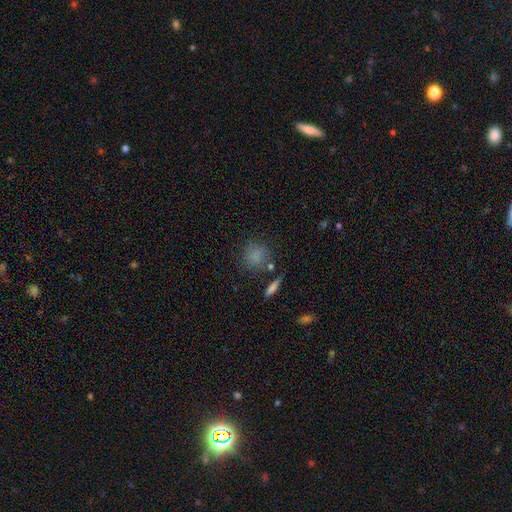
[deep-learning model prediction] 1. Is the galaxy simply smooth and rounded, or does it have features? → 80% smooth, 12% star or artifact, 8% featured or disk.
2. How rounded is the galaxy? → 78% round, 19% in between, 3% cigar-shaped.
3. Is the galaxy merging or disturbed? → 71% none, 15% minor disturbance, 8% merger, 6% major disturbance.